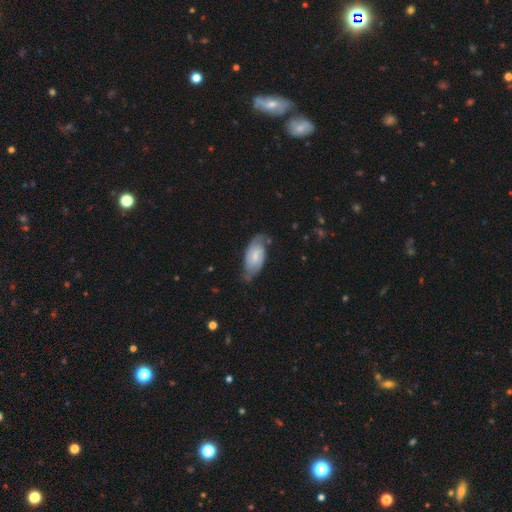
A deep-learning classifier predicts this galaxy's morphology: smooth-or-featured: featured or disk: 70% | smooth: 24% | star or artifact: 6%
  disk-edge-on: no: 94% | yes: 6%
    bar: no: 46% | weak: 44% | strong: 10%
    has-spiral-arms: yes: 92% | no: 8%
      spiral-winding: medium: 43% | tight: 37% | loose: 20%
      spiral-arm-count: 2: 83% | can't tell: 11% | 3: 2% | 1: 2% | 4: 1% | more than 4: 1%
    bulge-size: small: 55% | moderate: 34% | none: 7% | large: 3% | dominant: 1%
  merging: none: 66% | minor disturbance: 24% | major disturbance: 8% | merger: 2%